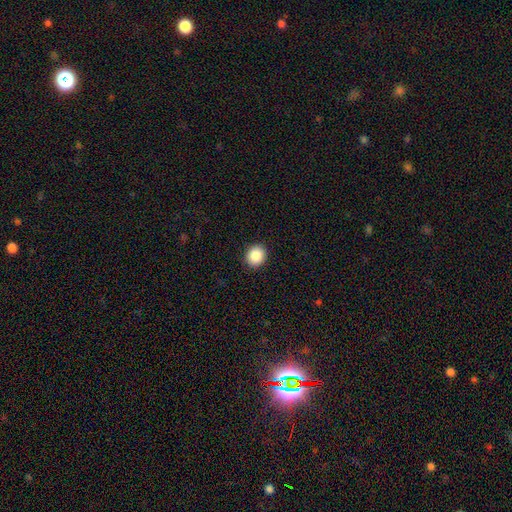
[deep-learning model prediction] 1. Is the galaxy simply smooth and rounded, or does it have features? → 88% smooth, 9% star or artifact, 4% featured or disk.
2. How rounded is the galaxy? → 74% round, 25% in between, 1% cigar-shaped.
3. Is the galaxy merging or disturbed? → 91% none, 6% minor disturbance, 2% major disturbance, 1% merger.